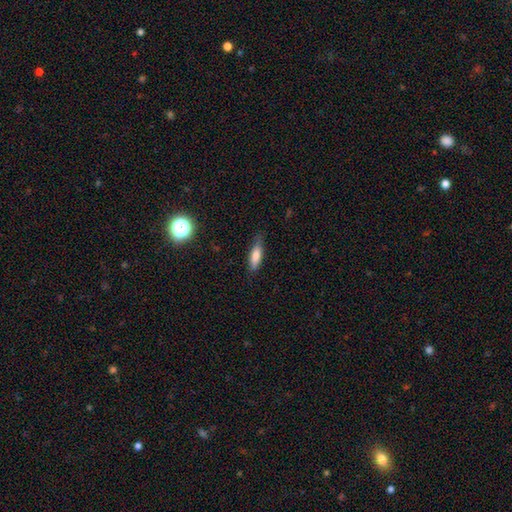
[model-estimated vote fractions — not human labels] smooth_or_featured: smooth (p=0.76) [alt: featured or disk p=0.16]
how_rounded: cigar-shaped (p=0.56) [alt: in between p=0.42]
merging: none (p=0.73) [alt: minor disturbance p=0.22]